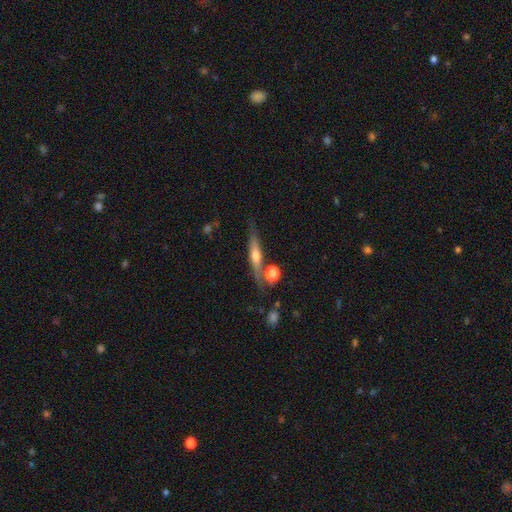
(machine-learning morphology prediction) Q: Smooth or featured?
A: featured or disk (54%); runner-up: smooth (38%)
Q: Edge-on disk?
A: yes (90%); runner-up: no (10%)
Q: Merging?
A: none (71%); runner-up: minor disturbance (14%)